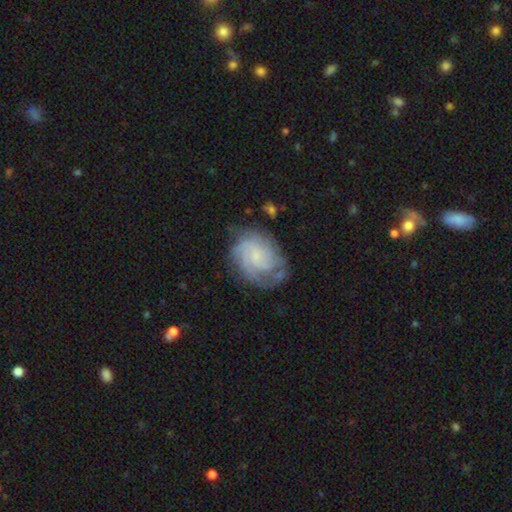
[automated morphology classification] featured or disk 78%, smooth 15%, star or artifact 7%. Down the decision tree: edge-on disk — no (98%); bar — no (68%); spiral arms — yes (94%); spiral arm count — can't tell (33%); spiral winding — tight (61%); bulge size — small (57%); merging — none (65%).